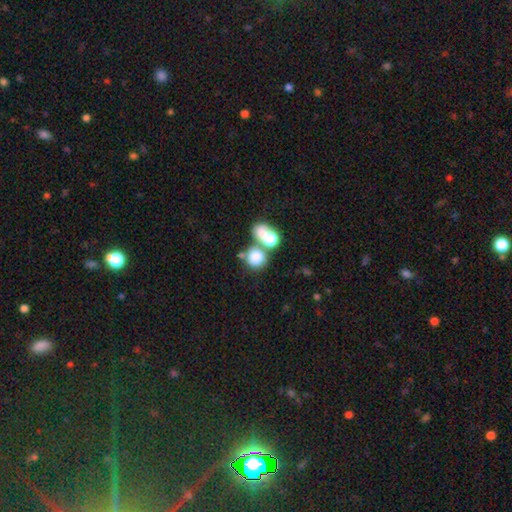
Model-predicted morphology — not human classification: smooth-or-featured: smooth: 71% | star or artifact: 14% | featured or disk: 14%
  how-rounded: round: 78% | in between: 21% | cigar-shaped: 1%
  merging: merger: 48% | none: 39% | minor disturbance: 8% | major disturbance: 5%